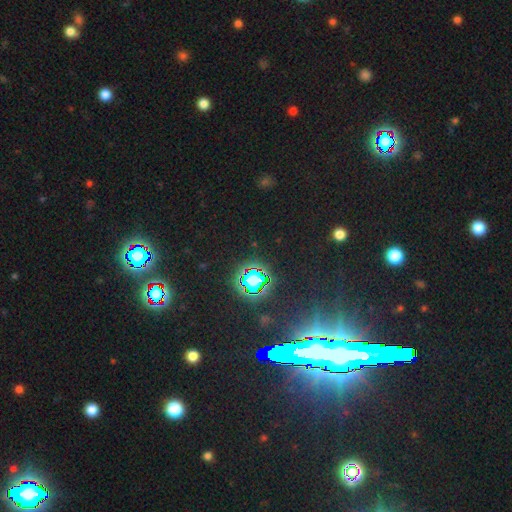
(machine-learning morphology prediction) star or artifact 79%, smooth 11%, featured or disk 11%.